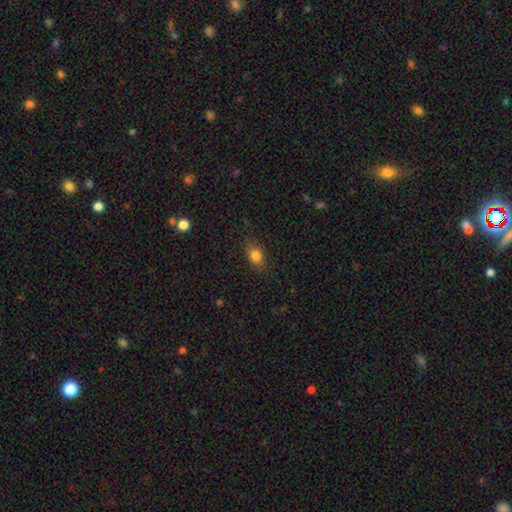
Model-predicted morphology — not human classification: Smooth or featured: smooth — 82% (star or artifact — 11%)
How rounded: in between — 75% (round — 21%)
Merging: none — 80% (minor disturbance — 14%)